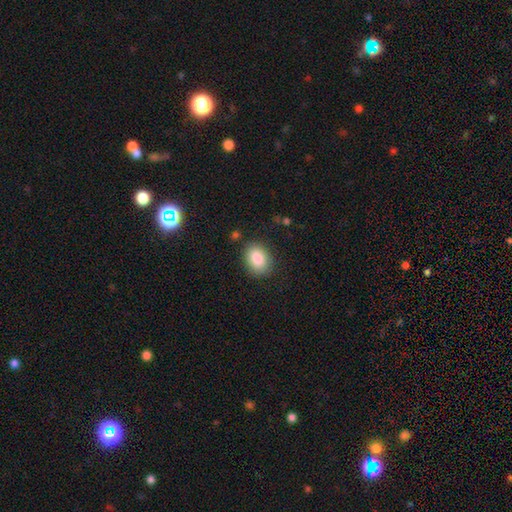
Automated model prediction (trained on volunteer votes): Smooth or featured? smooth (85%)
How rounded? in between (71%)
Merging? none (85%)